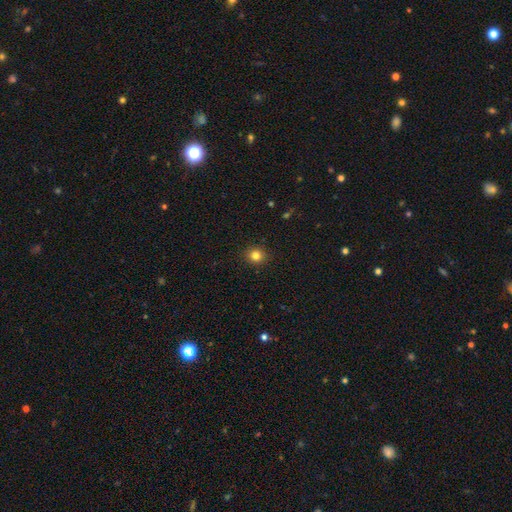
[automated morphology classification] A smooth galaxy with no disk features (82%) that is round (85%). Merging: none (91%).